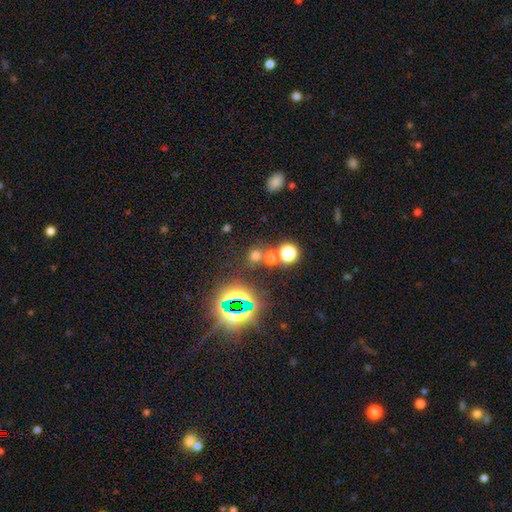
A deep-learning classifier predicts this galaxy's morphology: Smooth or featured? smooth (53%)
How rounded? round (86%)
Merging? none (71%)